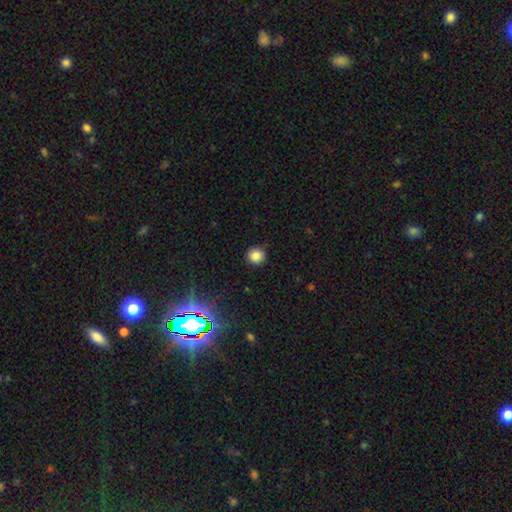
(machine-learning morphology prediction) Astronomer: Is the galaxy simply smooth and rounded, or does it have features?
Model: smooth — 83%.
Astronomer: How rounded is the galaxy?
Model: round — 93%.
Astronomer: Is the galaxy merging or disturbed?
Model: none — 87%.